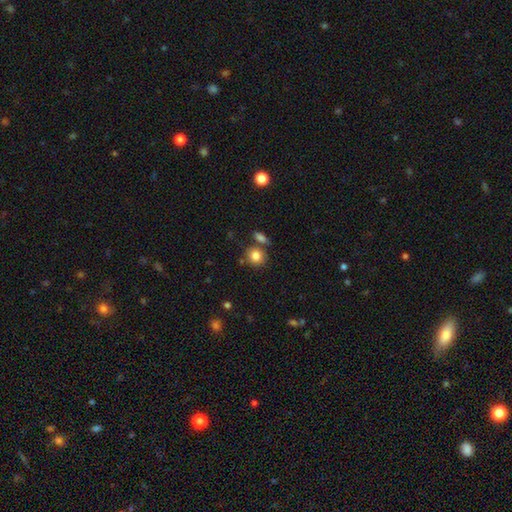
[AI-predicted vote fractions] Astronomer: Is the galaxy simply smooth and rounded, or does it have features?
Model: smooth — 83%.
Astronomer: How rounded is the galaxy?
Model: round — 80%.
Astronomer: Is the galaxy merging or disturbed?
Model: none — 70%.